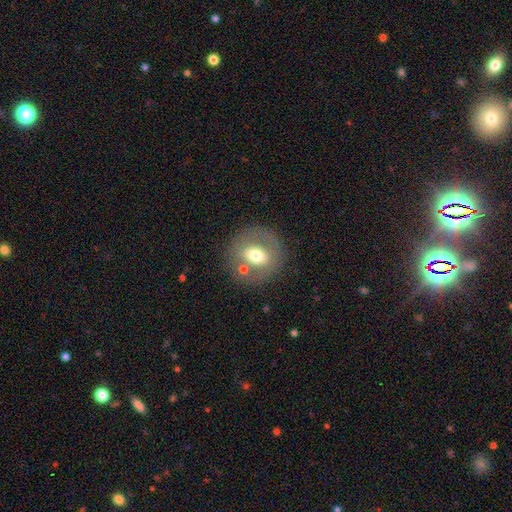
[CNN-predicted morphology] Smooth or featured? smooth (53%)
How rounded? round (81%)
Merging? none (74%)